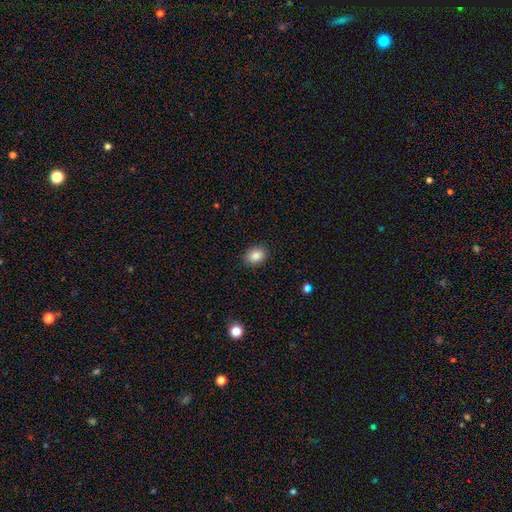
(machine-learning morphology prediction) This is clearly a smooth galaxy (87%). How rounded: likely in between (66%). Merging: clearly none (88%).